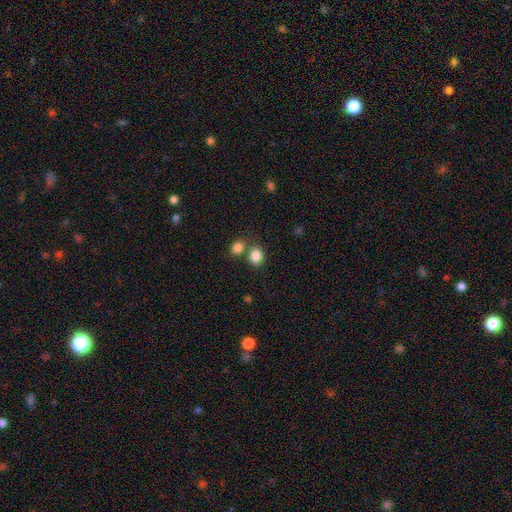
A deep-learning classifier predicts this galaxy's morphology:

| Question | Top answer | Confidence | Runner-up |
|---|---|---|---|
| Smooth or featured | smooth | 85% | star or artifact (10%) |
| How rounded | round | 57% | in between (42%) |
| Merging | none | 59% | merger (28%) |